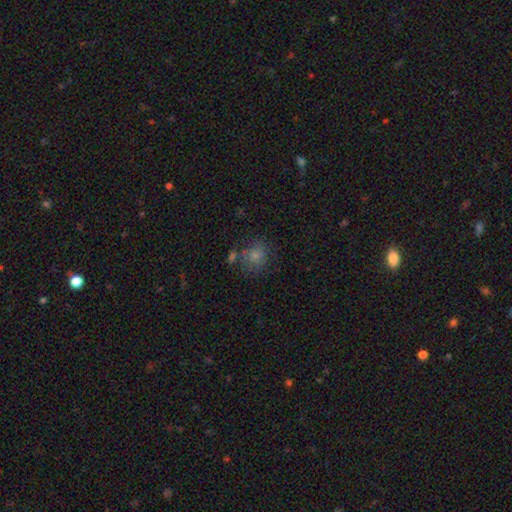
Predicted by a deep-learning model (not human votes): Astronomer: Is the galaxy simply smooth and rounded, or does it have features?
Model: smooth — 76%.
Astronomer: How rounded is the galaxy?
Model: round — 74%.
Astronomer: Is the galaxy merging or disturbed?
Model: none — 59%.